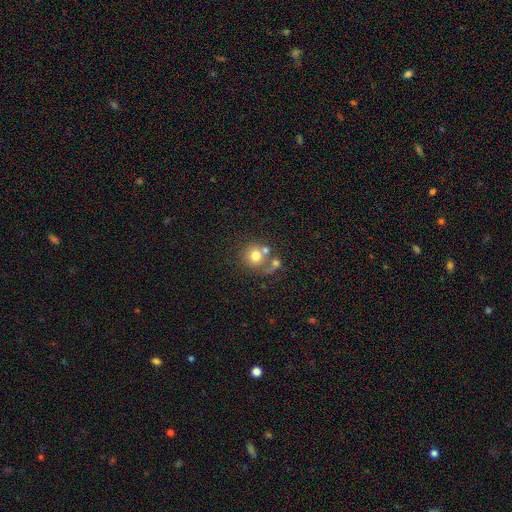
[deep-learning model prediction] Smooth or featured? Predicted: smooth (p=0.69). How rounded? Predicted: round (p=0.85). Merging? Predicted: none (p=0.44).